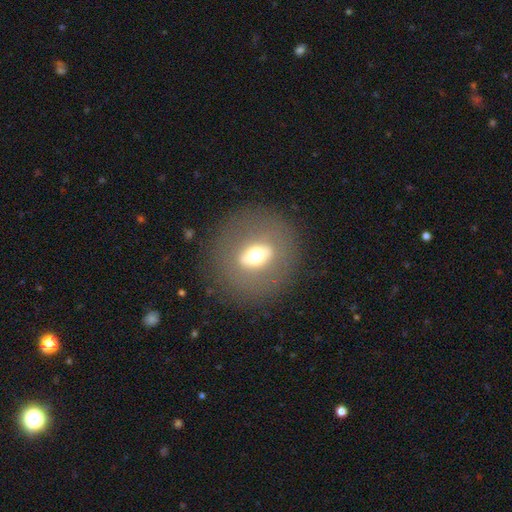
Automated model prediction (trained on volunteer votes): Smooth or featured?
  - featured or disk: 46% *
  - smooth: 42%
  - star or artifact: 12%
Merging?
  - none: 83% *
  - minor disturbance: 9%
  - major disturbance: 7%
  - merger: 1%